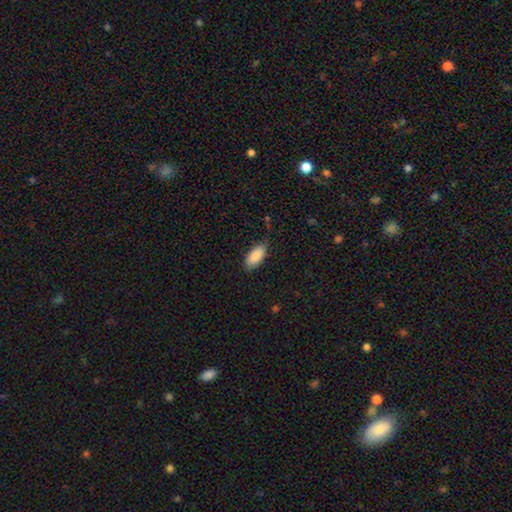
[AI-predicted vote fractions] A smooth galaxy with no disk features (88%) that is in between round and cigar-shaped (90%). Merging: none (79%).